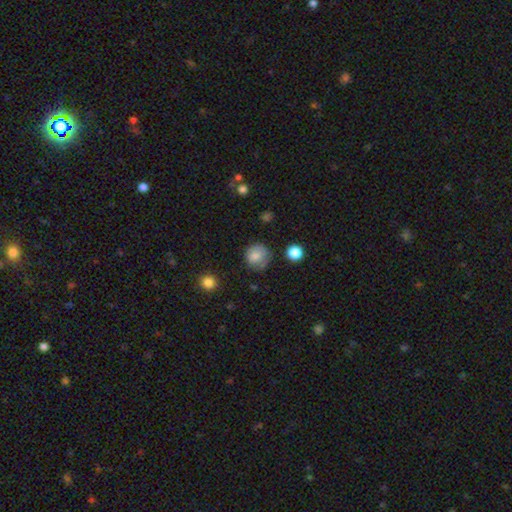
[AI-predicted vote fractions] Smooth or featured?
  - smooth: 79% *
  - featured or disk: 11%
  - star or artifact: 10%
How rounded?
  - round: 85% *
  - in between: 14%
  - cigar-shaped: 1%
Merging?
  - none: 67% *
  - minor disturbance: 23%
  - major disturbance: 8%
  - merger: 3%